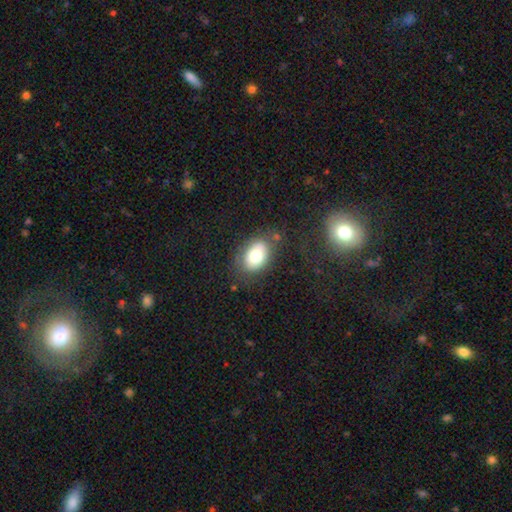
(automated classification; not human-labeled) Morphology: type=smooth (73%); roundness=in between (79%); merging=none (74%).